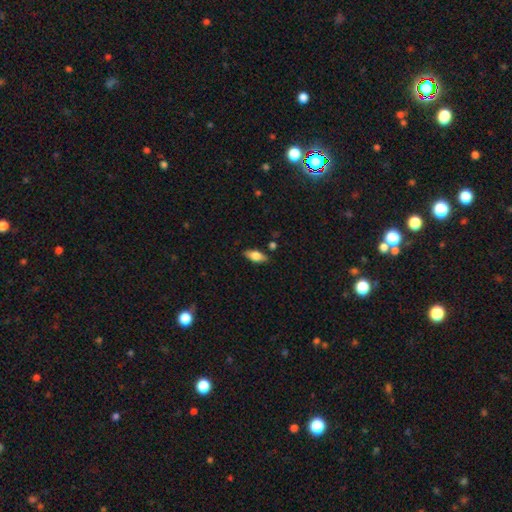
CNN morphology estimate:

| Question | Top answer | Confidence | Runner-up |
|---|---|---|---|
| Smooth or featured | smooth | 68% | featured or disk (25%) |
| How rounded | in between | 83% | cigar-shaped (14%) |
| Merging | none | 85% | minor disturbance (11%) |